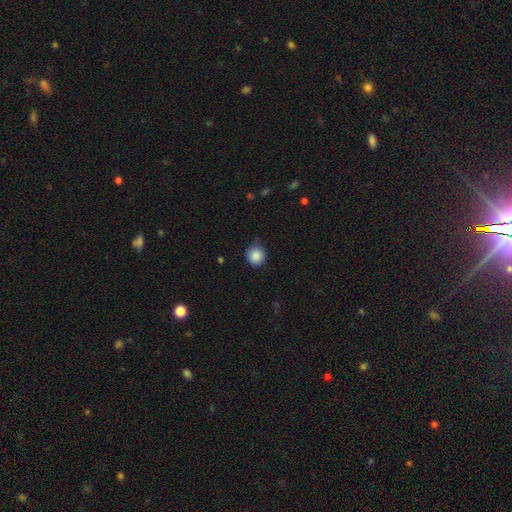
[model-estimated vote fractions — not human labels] Smooth or featured?
  - smooth: 87% *
  - star or artifact: 9%
  - featured or disk: 3%
How rounded?
  - round: 91% *
  - in between: 8%
  - cigar-shaped: 1%
Merging?
  - none: 79% *
  - minor disturbance: 16%
  - major disturbance: 3%
  - merger: 1%